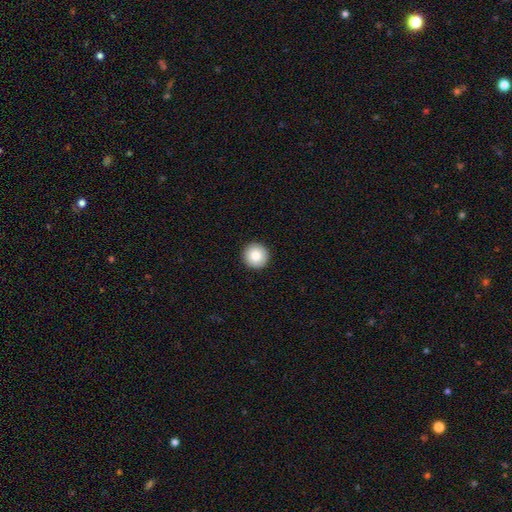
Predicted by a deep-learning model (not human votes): A smooth galaxy with no disk features (83%) that is round (96%).

Vote fractions:
- Smooth or featured? smooth: 83% / featured or disk: 9% / star or artifact: 8%
- How rounded? round: 96% / in between: 3% / cigar-shaped: 1%
- Merging? none: 93% / minor disturbance: 4% / major disturbance: 1% / merger: 1%